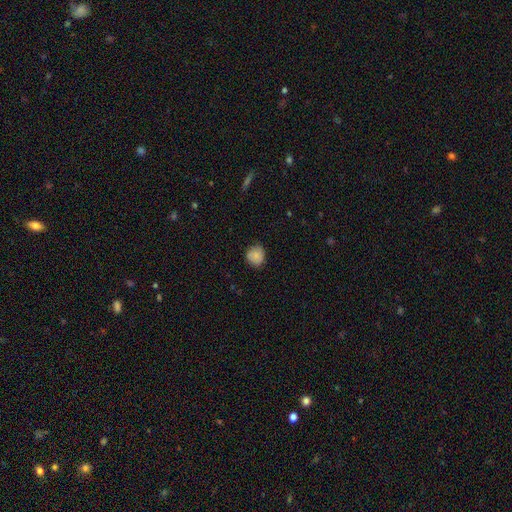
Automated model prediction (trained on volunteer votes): A smooth galaxy with no disk features (80%) that is round (80%). Merging: none (70%).